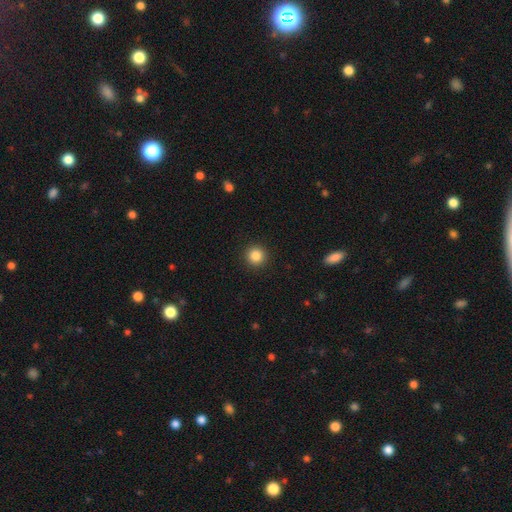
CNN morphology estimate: Smooth or featured? Predicted: smooth (p=0.86). How rounded? Predicted: round (p=0.95). Merging? Predicted: none (p=0.93).